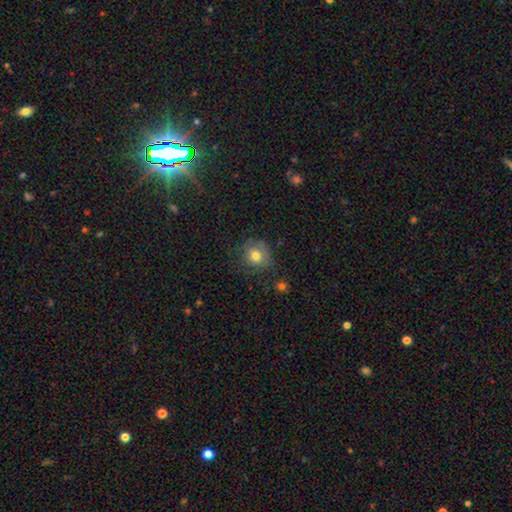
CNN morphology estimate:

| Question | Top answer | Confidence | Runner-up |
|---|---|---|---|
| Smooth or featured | smooth | 76% | featured or disk (14%) |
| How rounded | round | 82% | in between (17%) |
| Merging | none | 67% | minor disturbance (22%) |